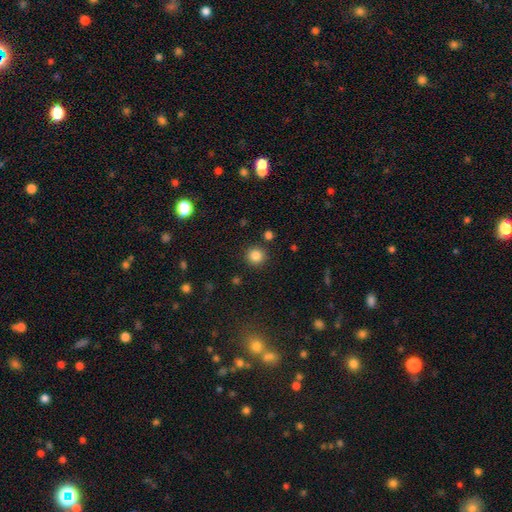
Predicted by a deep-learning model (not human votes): This is clearly a smooth galaxy (85%). How rounded: clearly round (94%). Merging: clearly none (89%).